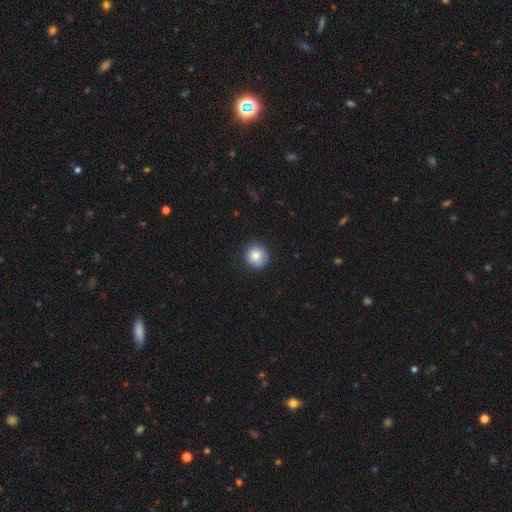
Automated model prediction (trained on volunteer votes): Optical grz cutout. It shows a smooth galaxy with no disk features (85%) that is round (93%). Merging: none (88%).